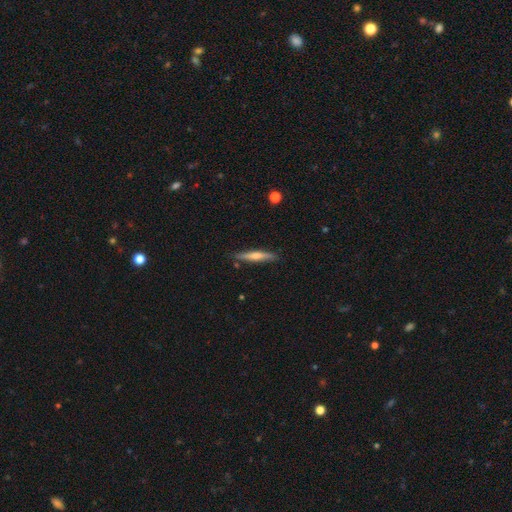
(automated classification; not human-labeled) Smooth or featured? Predicted: featured or disk (p=0.47, tied with smooth). Merging? Predicted: none (p=0.86).